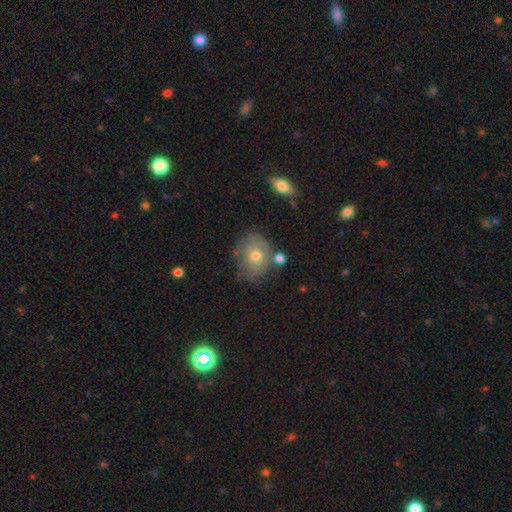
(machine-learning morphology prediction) Q: Smooth or featured?
A: smooth (57%); runner-up: featured or disk (34%)
Q: How rounded?
A: round (62%); runner-up: in between (37%)
Q: Merging?
A: none (58%); runner-up: minor disturbance (24%)